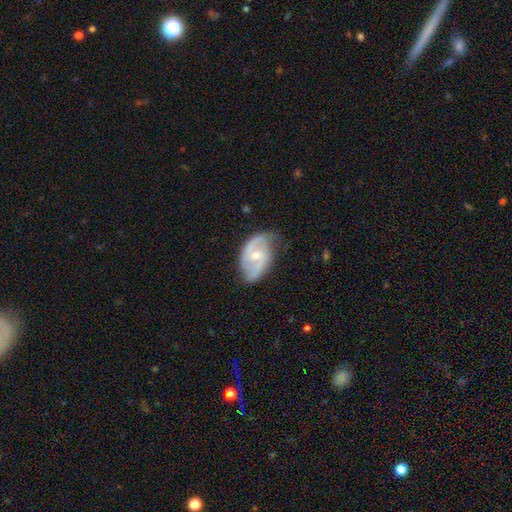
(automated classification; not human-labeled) smooth_or_featured: featured or disk (p=0.80) [alt: smooth p=0.15]
disk_edge_on: no (p=0.97) [alt: yes p=0.03]
bar: weak (p=0.48) [alt: no p=0.41]
has_spiral_arms: yes (p=0.92) [alt: no p=0.08]
spiral_winding: medium (p=0.50) [alt: tight p=0.25]
spiral_arm_count: 2 (p=0.84) [alt: can't tell p=0.08]
bulge_size: moderate (p=0.49) [alt: small p=0.46]
merging: none (p=0.68) [alt: minor disturbance p=0.24]